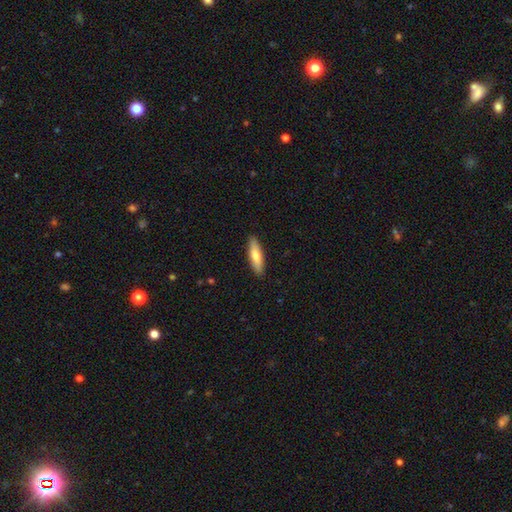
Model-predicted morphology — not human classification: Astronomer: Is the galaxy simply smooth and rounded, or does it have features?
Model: smooth — 71%.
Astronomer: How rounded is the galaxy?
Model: cigar-shaped — 63%.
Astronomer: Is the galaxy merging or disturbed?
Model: none — 90%.